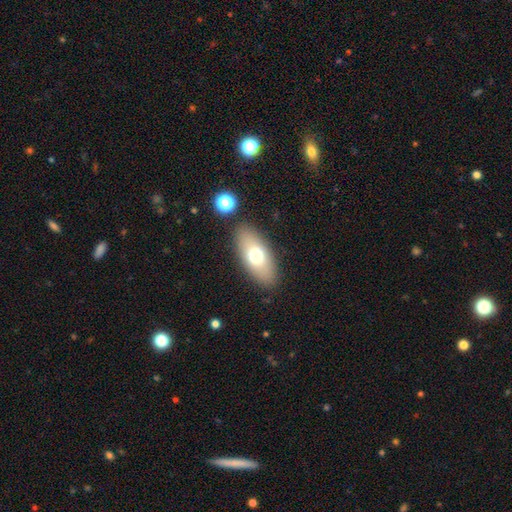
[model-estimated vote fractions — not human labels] Morphology: type=smooth (69%); roundness=in between (86%); merging=none (85%).